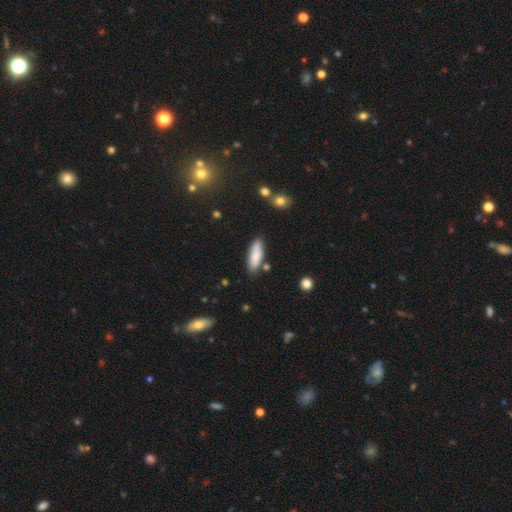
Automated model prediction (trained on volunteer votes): Smooth or featured: smooth — 84% (featured or disk — 10%)
How rounded: in between — 55% (cigar-shaped — 43%)
Merging: none — 80% (minor disturbance — 13%)